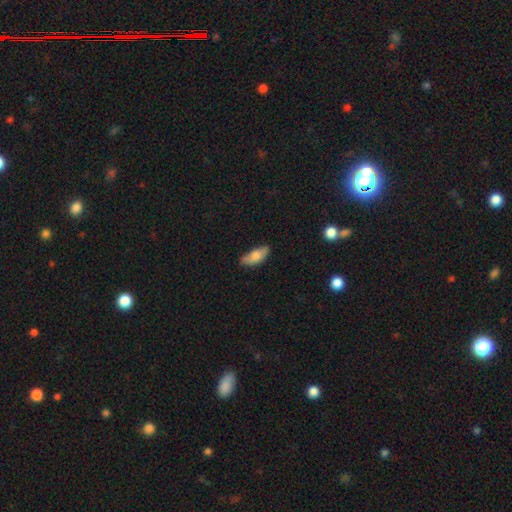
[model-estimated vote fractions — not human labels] A smooth galaxy with no disk features (73%) that is in between round and cigar-shaped (81%).

Vote fractions:
- Smooth or featured? smooth: 73% / featured or disk: 21% / star or artifact: 6%
- How rounded? in between: 81% / cigar-shaped: 16% / round: 2%
- Merging? none: 70% / minor disturbance: 24% / major disturbance: 4% / merger: 2%